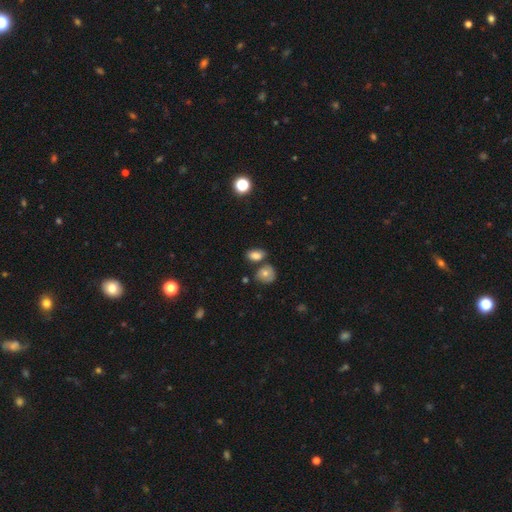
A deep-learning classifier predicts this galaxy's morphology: type=smooth (80%); roundness=in between (84%); merging=none (66%).